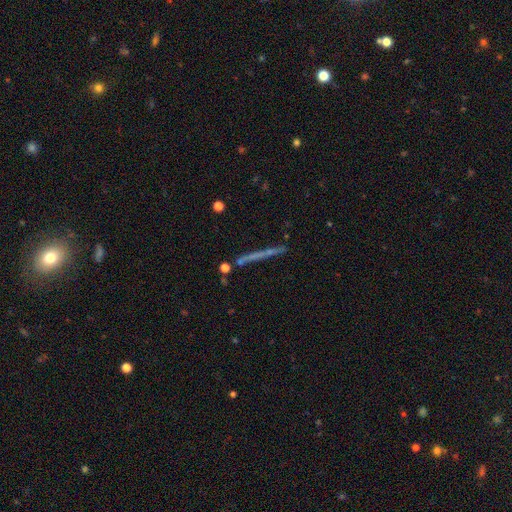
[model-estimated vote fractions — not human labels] A featured or disk galaxy (52%) viewed edge-on (96%) with no central bulge (86%).

Vote fractions:
- Smooth or featured? featured or disk: 52% / smooth: 39% / star or artifact: 9%
- Edge-on disk? yes: 96% / no: 4%
- Edge-on bulge? none: 86% / rounded: 10% / boxy: 4%
- Merging? none: 83% / minor disturbance: 10% / merger: 5% / major disturbance: 3%